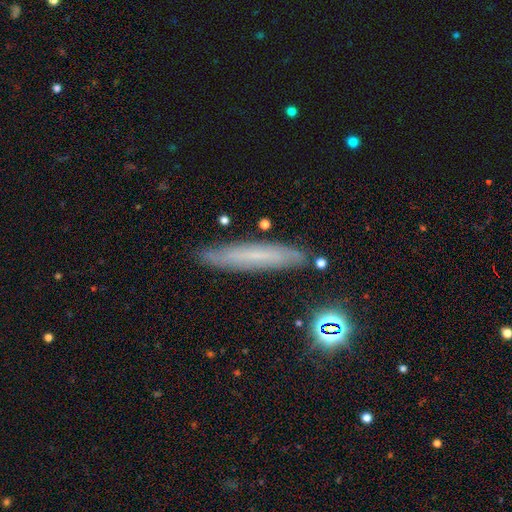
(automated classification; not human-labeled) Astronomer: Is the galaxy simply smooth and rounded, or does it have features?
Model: smooth — 44%, tied with featured or disk at 44%.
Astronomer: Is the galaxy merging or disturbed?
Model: none — 82%.